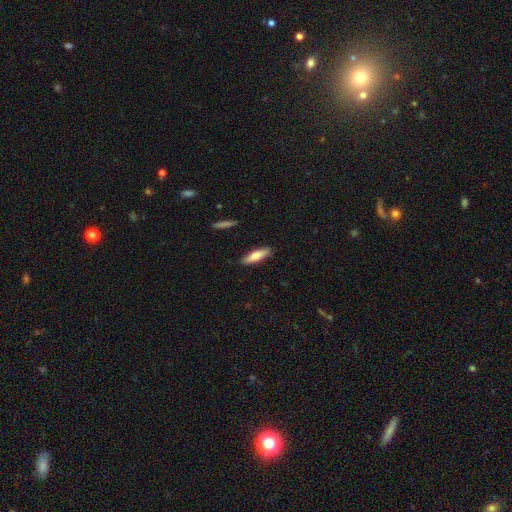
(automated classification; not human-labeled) Smooth or featured: smooth — 72% (featured or disk — 23%)
How rounded: cigar-shaped — 66% (in between — 32%)
Merging: none — 89% (minor disturbance — 8%)